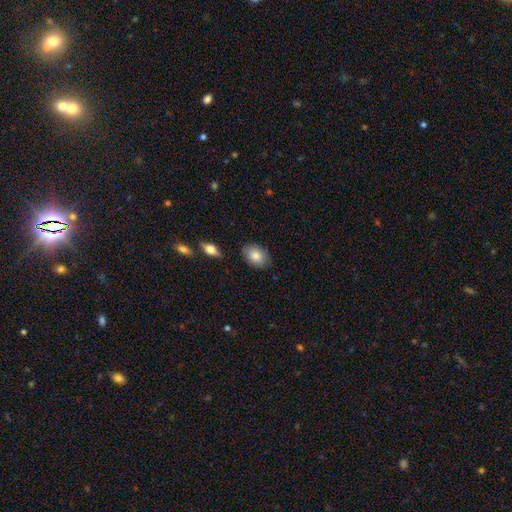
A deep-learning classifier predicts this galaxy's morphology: type=smooth (83%); roundness=in between (80%); merging=none (84%).